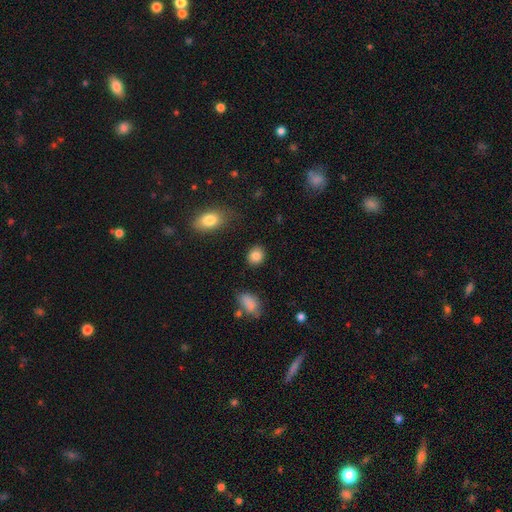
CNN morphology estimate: The model was most divided on "how rounded": round: 66%, in between: 33%, cigar-shaped: 1%. More confident: merging — none (87%); smooth or featured — smooth (85%).